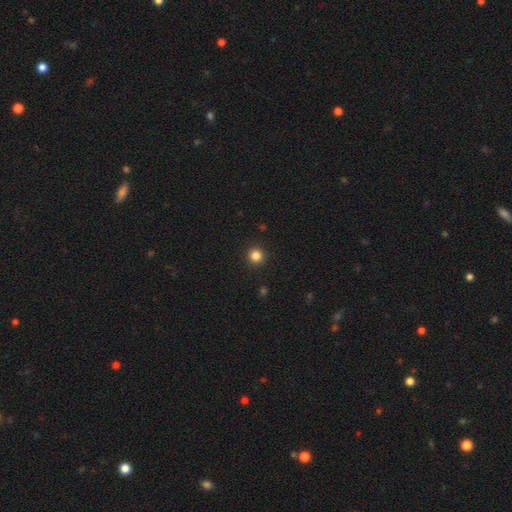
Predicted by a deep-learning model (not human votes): Smooth or featured?
  - smooth: 84% *
  - star or artifact: 13%
  - featured or disk: 4%
How rounded?
  - round: 95% *
  - in between: 4%
  - cigar-shaped: 1%
Merging?
  - none: 93% *
  - minor disturbance: 4%
  - major disturbance: 2%
  - merger: 1%